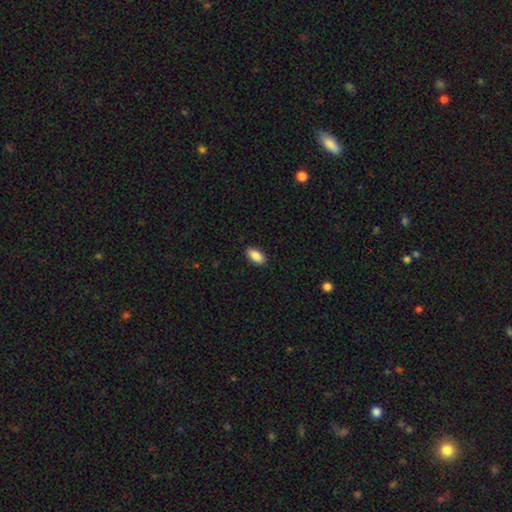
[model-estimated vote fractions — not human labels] smooth 89%, star or artifact 7%, featured or disk 4%. Down the decision tree: how rounded — in between (93%); merging — none (90%).